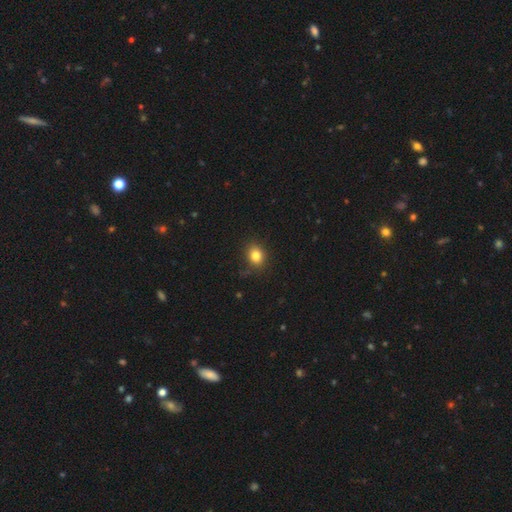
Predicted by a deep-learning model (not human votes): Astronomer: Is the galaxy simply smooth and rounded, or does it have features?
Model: smooth — 82%.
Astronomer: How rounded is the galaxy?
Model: round — 62% (runner-up: in between, 37%).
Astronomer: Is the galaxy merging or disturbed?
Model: none — 84%.